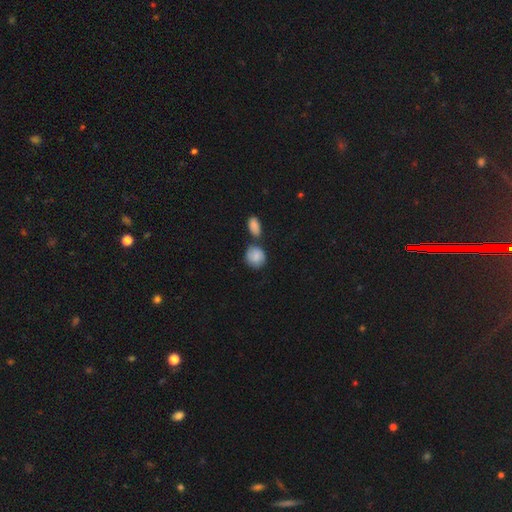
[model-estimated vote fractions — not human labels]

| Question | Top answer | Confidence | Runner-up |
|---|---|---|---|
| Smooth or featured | smooth | 73% | featured or disk (19%) |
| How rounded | round | 66% | in between (32%) |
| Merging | none | 52% | merger (25%) |